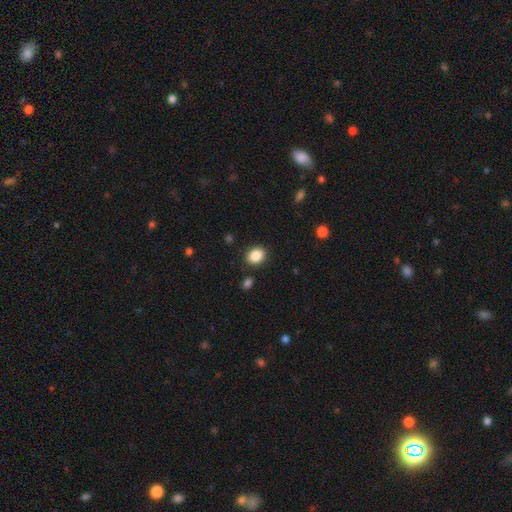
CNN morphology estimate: A smooth galaxy with no disk features (87%) that is in between round and cigar-shaped (51%). Merging: none (87%).